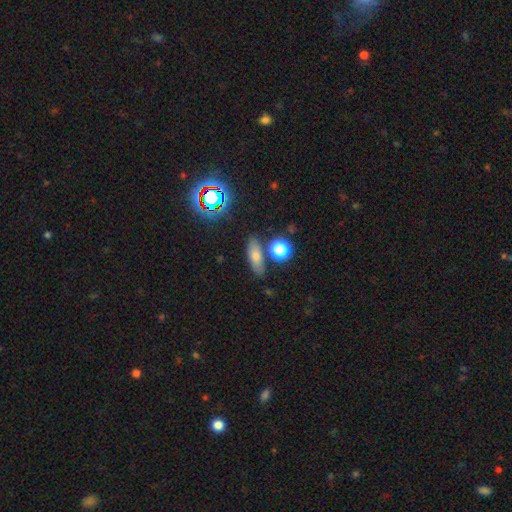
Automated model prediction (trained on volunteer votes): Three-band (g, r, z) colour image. It shows a smooth galaxy with no disk features (61%) that is in between round and cigar-shaped (50%). Merging: none (80%).